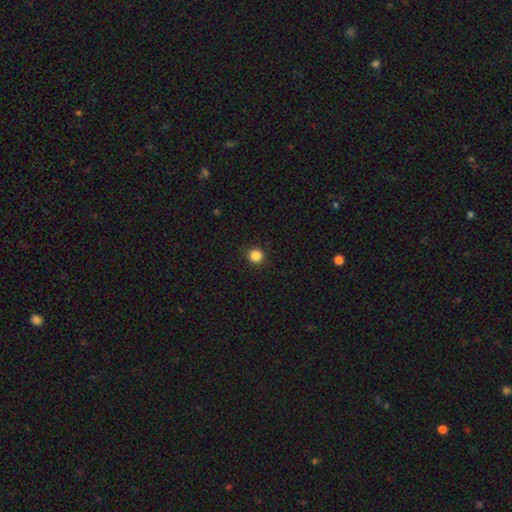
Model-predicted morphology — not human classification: Overall: smooth (85%). How rounded: round (95%). Merging: none (92%).